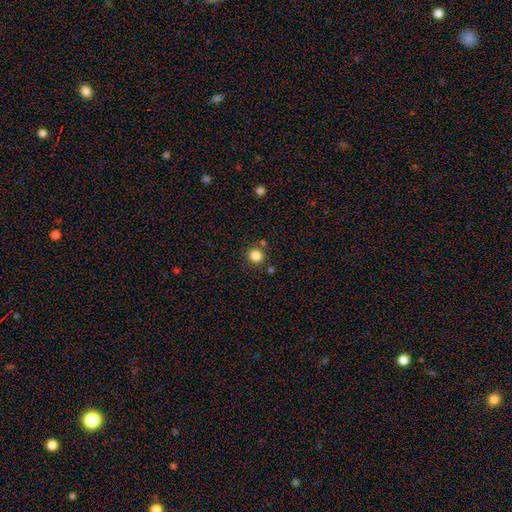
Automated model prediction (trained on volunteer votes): Smooth or featured? smooth (84%)
How rounded? round (92%)
Merging? none (83%)